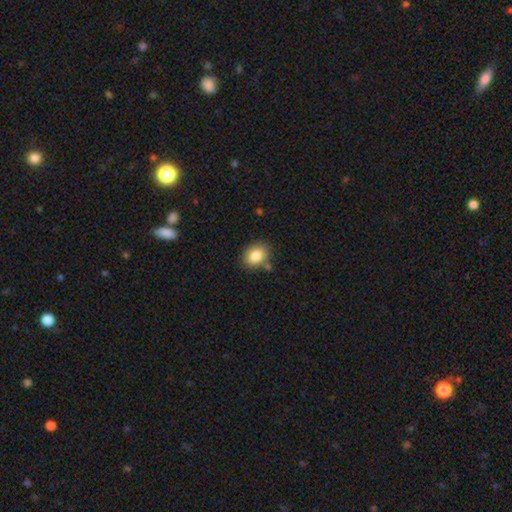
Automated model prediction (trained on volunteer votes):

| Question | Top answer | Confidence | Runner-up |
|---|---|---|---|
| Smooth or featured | smooth | 84% | star or artifact (9%) |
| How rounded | in between | 60% | round (39%) |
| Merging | none | 81% | minor disturbance (12%) |